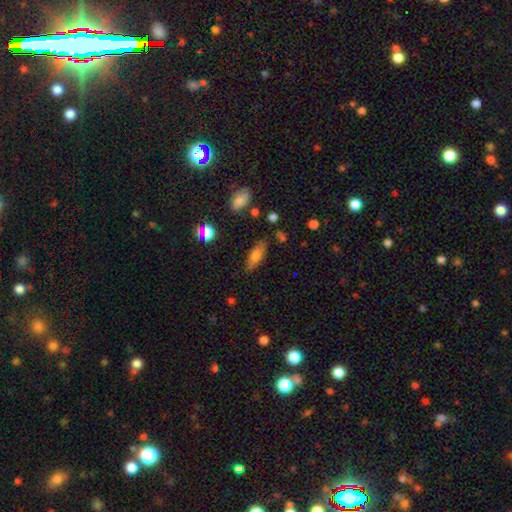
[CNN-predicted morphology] The model was most divided on "how rounded": in between: 58%, cigar-shaped: 39%, round: 3%. More confident: merging — none (81%); smooth or featured — smooth (66%).